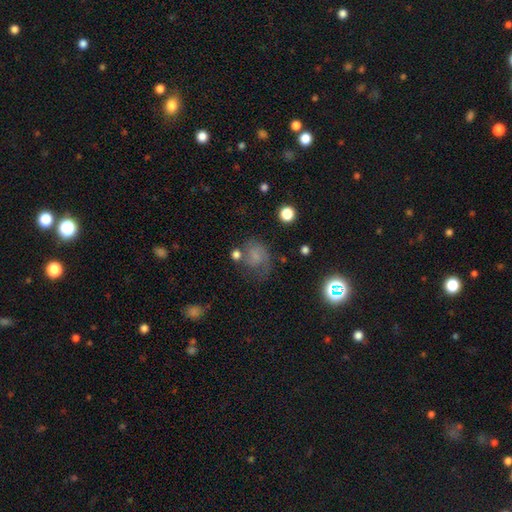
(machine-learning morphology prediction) smooth_or_featured: featured or disk (p=0.43) [alt: smooth p=0.40]
merging: none (p=0.45) [alt: minor disturbance p=0.24]